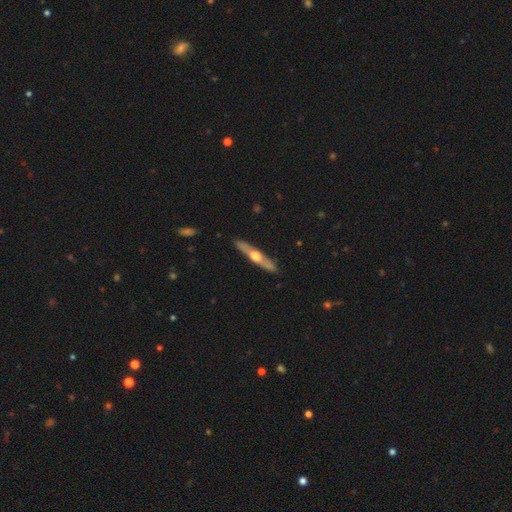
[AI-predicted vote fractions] Q: Smooth or featured?
A: featured or disk (63%); runner-up: smooth (33%)
Q: Edge-on disk?
A: yes (90%); runner-up: no (10%)
Q: Edge-on bulge?
A: rounded (91%); runner-up: none (7%)
Q: Merging?
A: none (89%); runner-up: minor disturbance (8%)